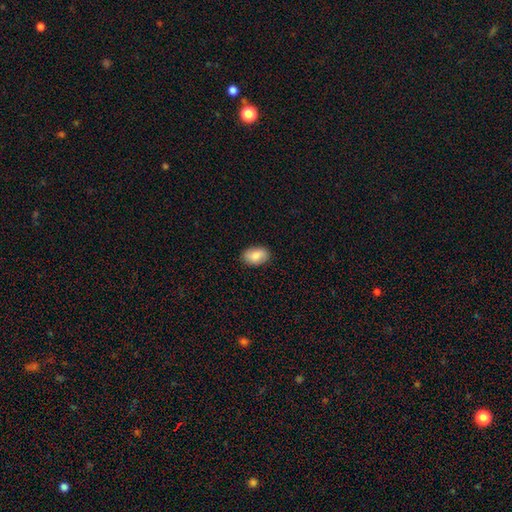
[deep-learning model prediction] Smooth or featured: smooth — 85% (featured or disk — 9%)
How rounded: in between — 90% (round — 9%)
Merging: none — 87% (minor disturbance — 10%)